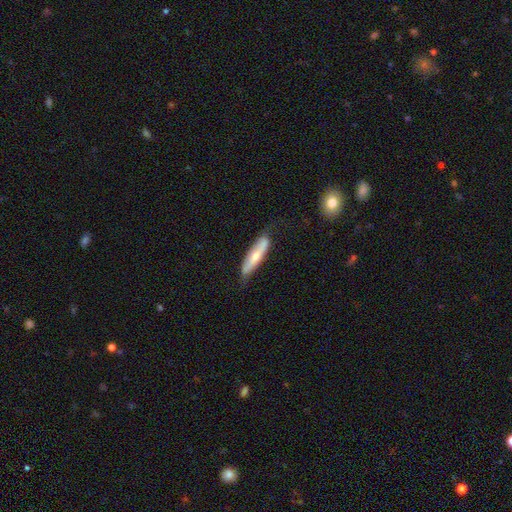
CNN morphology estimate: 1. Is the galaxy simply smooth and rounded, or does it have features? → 56% smooth, 39% featured or disk, 6% star or artifact.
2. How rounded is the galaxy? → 76% cigar-shaped, 23% in between, 2% round.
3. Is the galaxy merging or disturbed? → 66% none, 26% minor disturbance, 6% major disturbance, 2% merger.